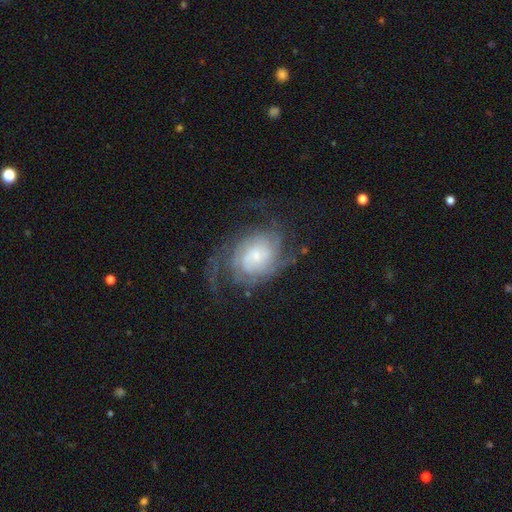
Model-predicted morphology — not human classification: Overall: featured or disk (83%). Edge-on disk: no (97%). Bar: no (66%; weak 28%). Spiral arms: yes (95%). Spiral arm count: 2 (32%; can't tell 31%). Spiral winding: tight (51%; medium 36%). Bulge size: small (53%; moderate 27%). Merging: none (64%).